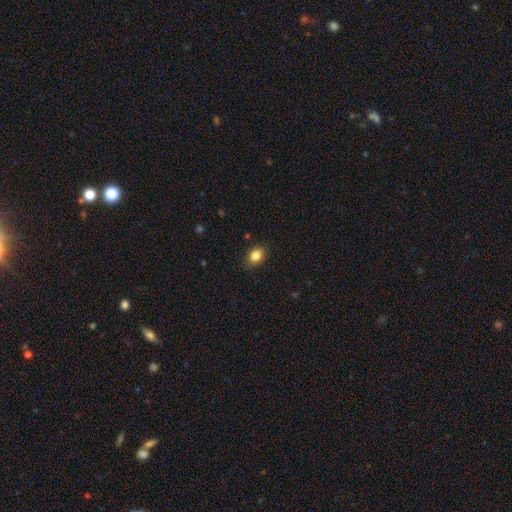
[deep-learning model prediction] This appears to be a smooth galaxy with no disk features (86%) that is in between round and cigar-shaped (68%). Merging: none (86%).